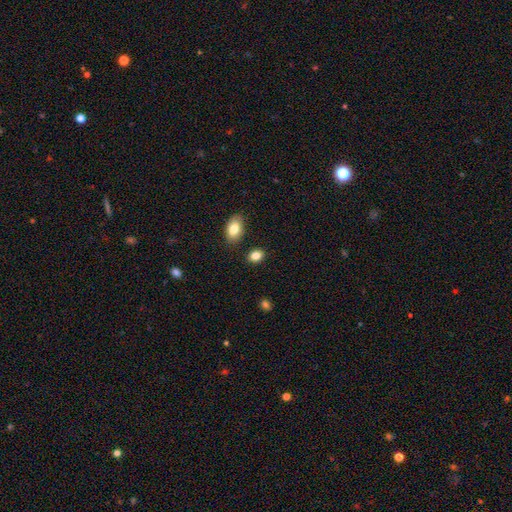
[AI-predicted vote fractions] smooth_or_featured: smooth (p=0.84) [alt: star or artifact p=0.10]
how_rounded: in between (p=0.68) [alt: round p=0.30]
merging: none (p=0.84) [alt: minor disturbance p=0.09]